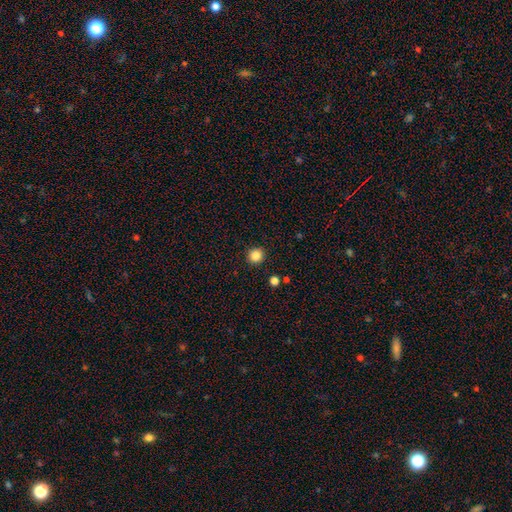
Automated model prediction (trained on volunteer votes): Smooth or featured: smooth — 85% (star or artifact — 11%)
How rounded: round — 94% (in between — 5%)
Merging: none — 92% (minor disturbance — 5%)